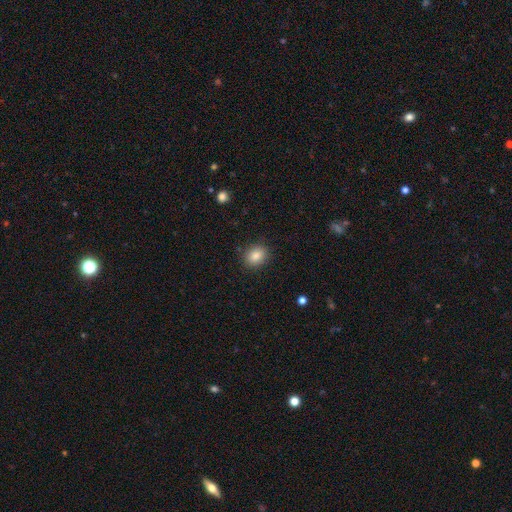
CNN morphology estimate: Smooth or featured: smooth — 86% (star or artifact — 9%)
How rounded: round — 55% (in between — 44%)
Merging: none — 88% (minor disturbance — 8%)